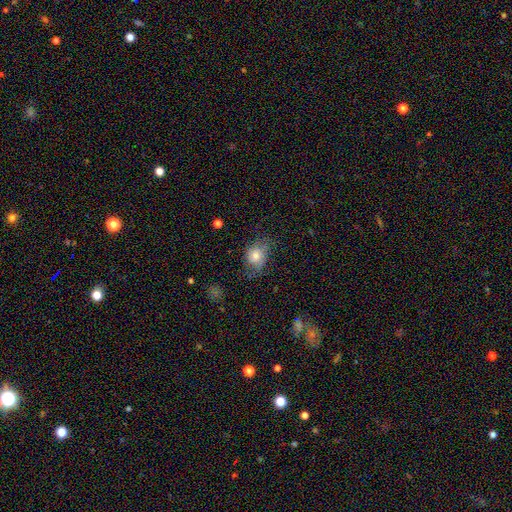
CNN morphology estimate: Smooth or featured?
  - smooth: 67% *
  - featured or disk: 23%
  - star or artifact: 10%
How rounded?
  - round: 56% *
  - in between: 43%
  - cigar-shaped: 1%
Merging?
  - none: 53% *
  - minor disturbance: 29%
  - major disturbance: 17%
  - merger: 2%